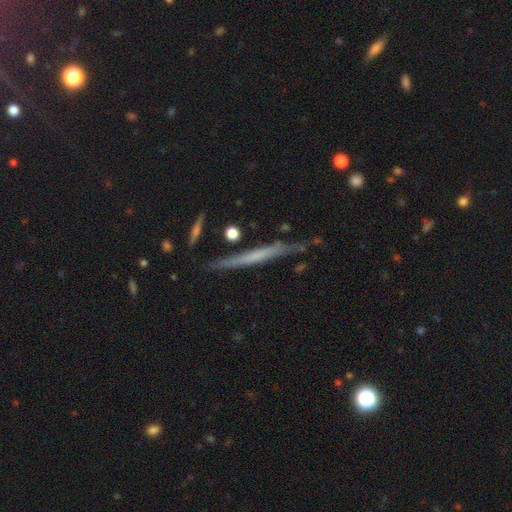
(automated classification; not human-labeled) Overall: featured or disk (54%; smooth 40%). Edge-on disk: yes (95%). Edge-on bulge: none (80%). Merging: none (80%).